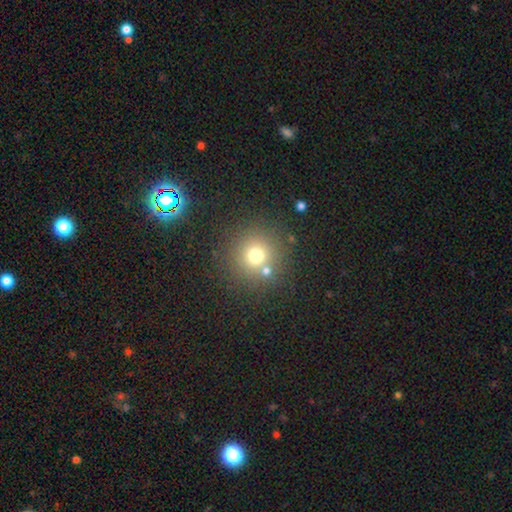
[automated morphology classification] Smooth or featured?
  - smooth: 71% *
  - star or artifact: 18%
  - featured or disk: 11%
How rounded?
  - round: 94% *
  - in between: 5%
  - cigar-shaped: 1%
Merging?
  - none: 75% *
  - merger: 13%
  - minor disturbance: 8%
  - major disturbance: 4%